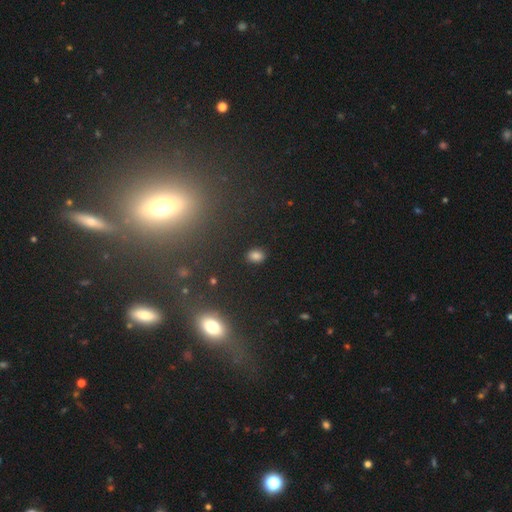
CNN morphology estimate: smooth 79%, star or artifact 16%, featured or disk 6%. Down the decision tree: how rounded — in between (64%); merging — none (87%).